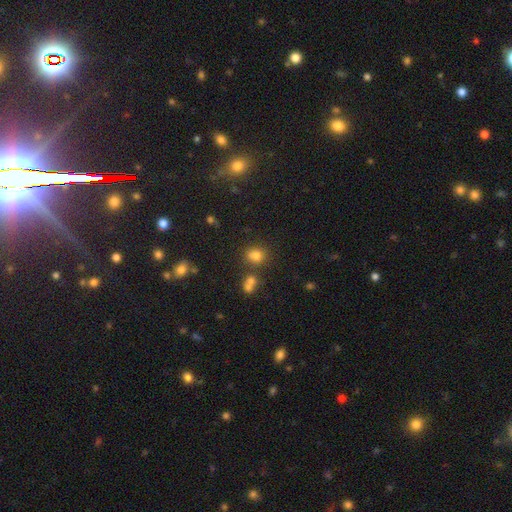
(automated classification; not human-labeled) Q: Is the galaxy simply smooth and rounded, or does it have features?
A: smooth — 76%.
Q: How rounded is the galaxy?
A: round — 67%.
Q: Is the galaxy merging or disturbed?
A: none — 71%.